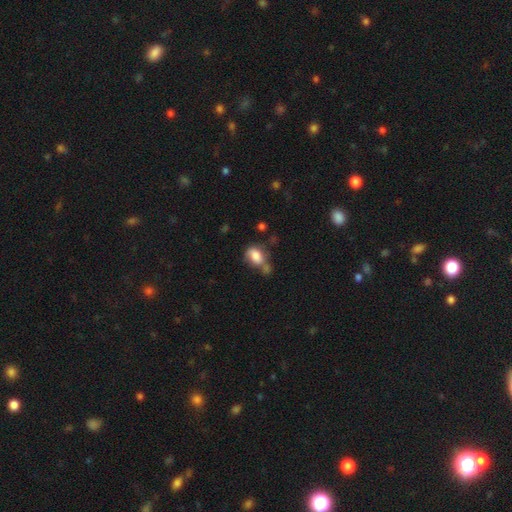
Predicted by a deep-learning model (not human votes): smooth_or_featured: smooth (p=0.77) [alt: featured or disk p=0.14]
how_rounded: in between (p=0.79) [alt: round p=0.19]
merging: none (p=0.33) [alt: merger p=0.29]